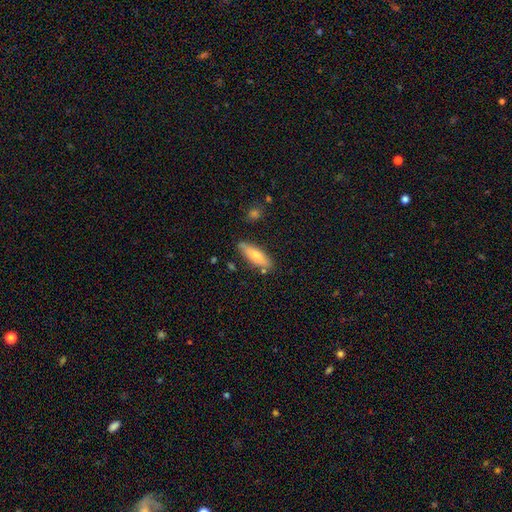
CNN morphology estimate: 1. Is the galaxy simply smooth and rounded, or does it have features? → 70% smooth, 24% featured or disk, 6% star or artifact.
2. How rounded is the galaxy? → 53% cigar-shaped, 45% in between, 2% round.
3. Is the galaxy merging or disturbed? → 81% none, 13% minor disturbance, 4% merger, 3% major disturbance.